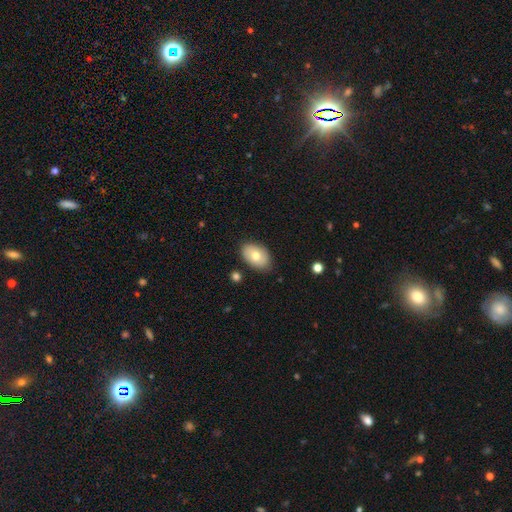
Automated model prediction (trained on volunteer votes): This is likely a smooth galaxy (72%). How rounded: clearly in between (89%). Merging: clearly none (83%).